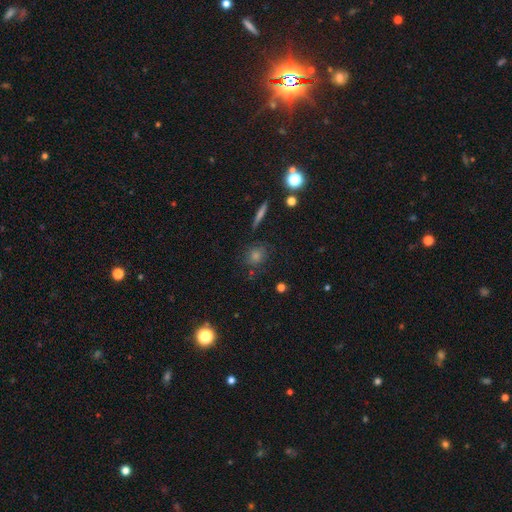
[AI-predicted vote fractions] Smooth or featured? Predicted: smooth (p=0.59). How rounded? Predicted: round (p=0.78). Merging? Predicted: none (p=0.81).